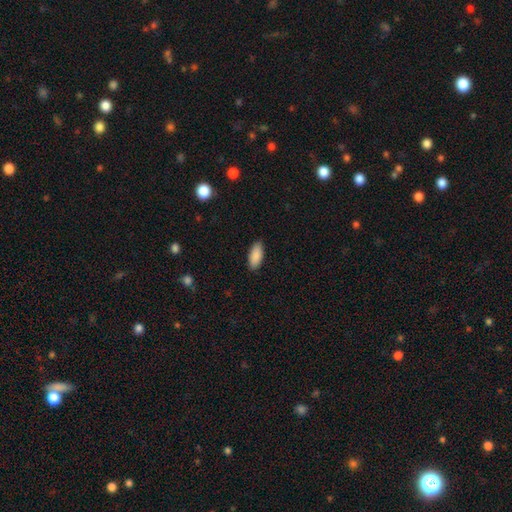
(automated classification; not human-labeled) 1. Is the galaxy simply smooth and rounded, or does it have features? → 90% smooth, 6% star or artifact, 4% featured or disk.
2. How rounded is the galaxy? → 87% in between, 11% cigar-shaped, 2% round.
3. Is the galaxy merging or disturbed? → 89% none, 9% minor disturbance, 2% major disturbance, 1% merger.